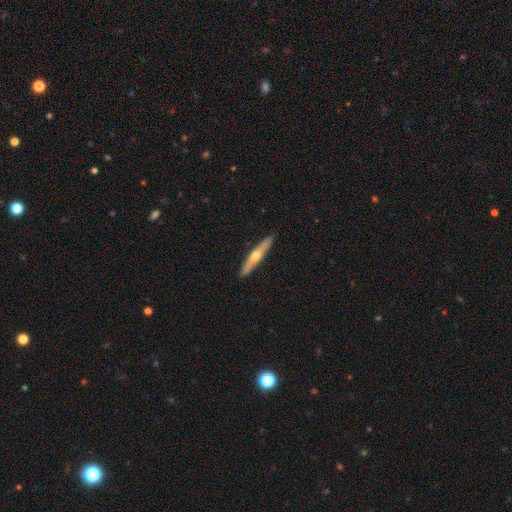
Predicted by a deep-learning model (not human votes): Smooth or featured: featured or disk — 56% (smooth — 39%)
Edge-on disk: yes — 95% (no — 5%)
Edge-on bulge: rounded — 88% (none — 9%)
Merging: none — 91% (minor disturbance — 6%)